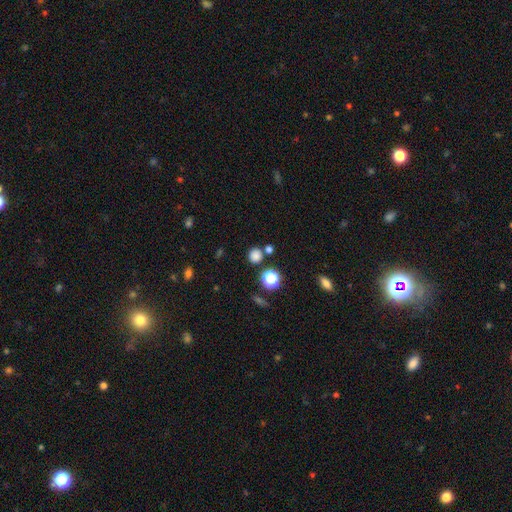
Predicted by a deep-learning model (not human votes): The model was most divided on "smooth or featured": smooth: 77%, star or artifact: 19%, featured or disk: 5%. More confident: how rounded — round (91%); merging — none (79%).